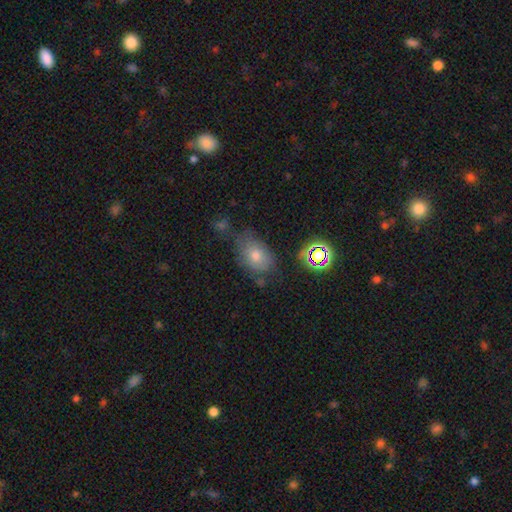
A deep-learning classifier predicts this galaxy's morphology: This appears to be a smooth galaxy with no disk features (63%) that is in between round and cigar-shaped (72%). Merging: none (59%).